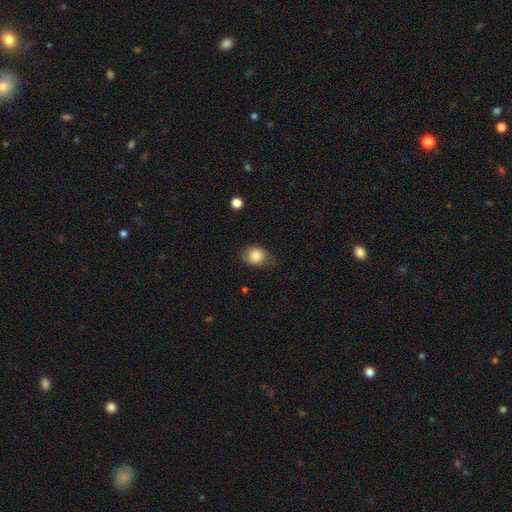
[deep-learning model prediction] Smooth or featured? Predicted: smooth (p=0.83). How rounded? Predicted: round (p=0.58). Merging? Predicted: none (p=0.69).